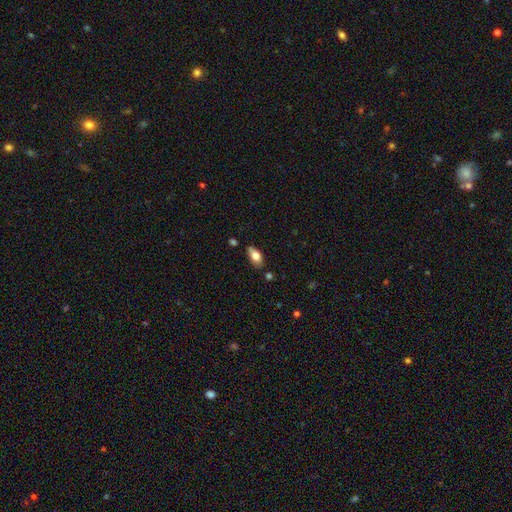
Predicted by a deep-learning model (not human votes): Smooth or featured: smooth — 75% (featured or disk — 18%)
How rounded: in between — 89% (cigar-shaped — 7%)
Merging: none — 79% (minor disturbance — 15%)